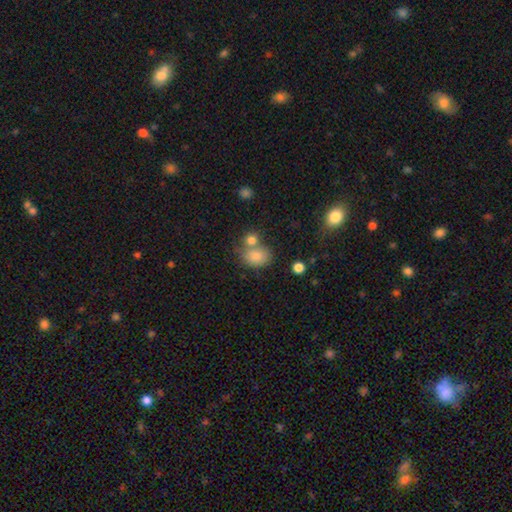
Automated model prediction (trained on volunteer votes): This is likely a smooth galaxy (78%). How rounded: possibly in between (58%). Merging: possibly none (52%).